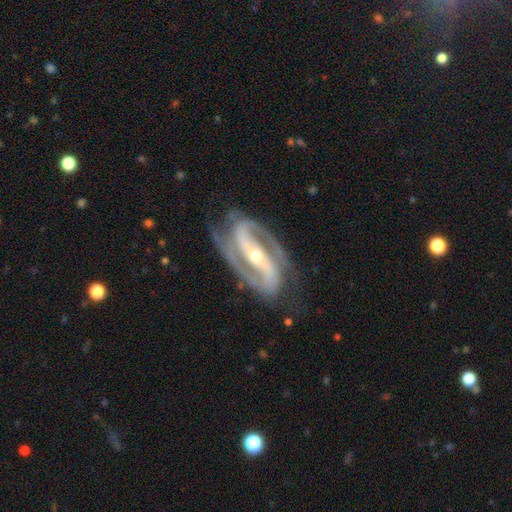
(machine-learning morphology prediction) Overall: featured or disk (93%). Edge-on disk: no (96%). Bar: strong (71%). Spiral arms: yes (98%). Spiral arm count: 2 (92%). Spiral winding: medium (51%; tight 38%). Bulge size: small (55%; moderate 42%). Merging: none (77%).